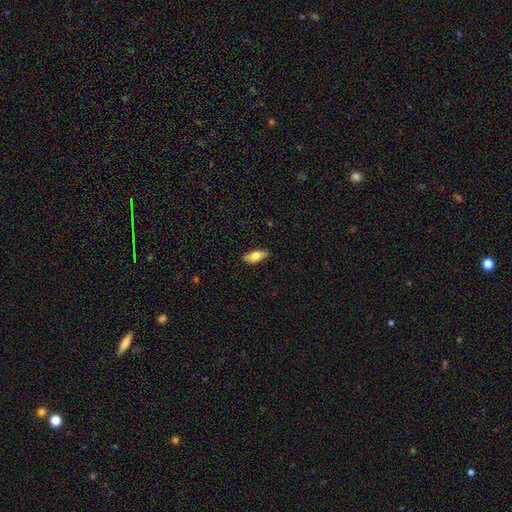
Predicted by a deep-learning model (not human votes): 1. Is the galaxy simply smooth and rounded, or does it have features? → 72% smooth, 21% featured or disk, 6% star or artifact.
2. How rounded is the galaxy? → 82% in between, 14% cigar-shaped, 3% round.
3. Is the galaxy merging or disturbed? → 84% none, 13% minor disturbance, 2% major disturbance, 1% merger.